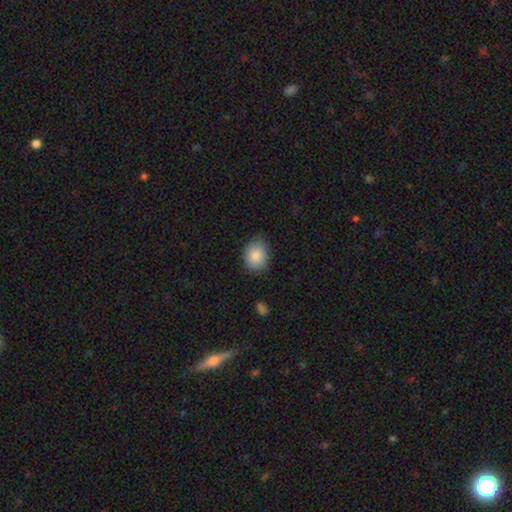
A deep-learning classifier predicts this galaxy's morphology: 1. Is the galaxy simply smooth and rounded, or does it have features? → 86% smooth, 7% star or artifact, 7% featured or disk.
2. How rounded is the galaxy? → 52% in between, 47% round, 1% cigar-shaped.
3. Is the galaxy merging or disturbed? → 79% none, 17% minor disturbance, 3% major disturbance, 1% merger.